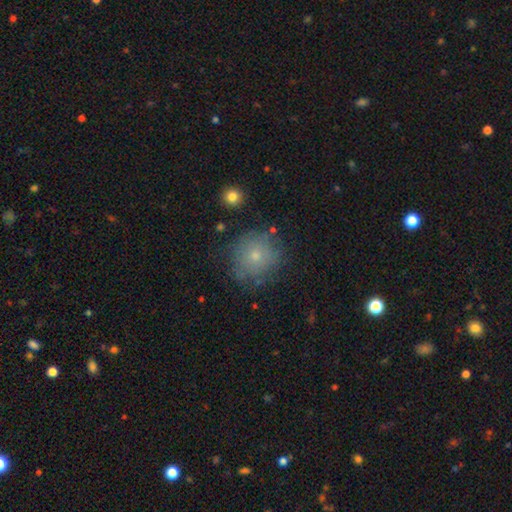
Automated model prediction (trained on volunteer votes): Overall: smooth (67%). How rounded: round (88%). Merging: none (73%).